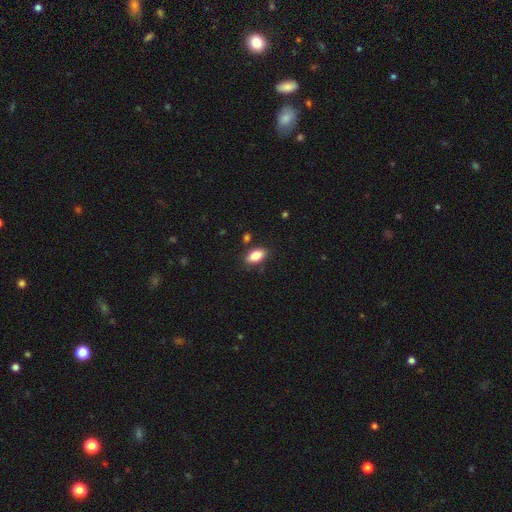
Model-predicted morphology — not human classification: smooth 84%, featured or disk 8%, star or artifact 8%. Down the decision tree: how rounded — in between (91%); merging — none (84%).